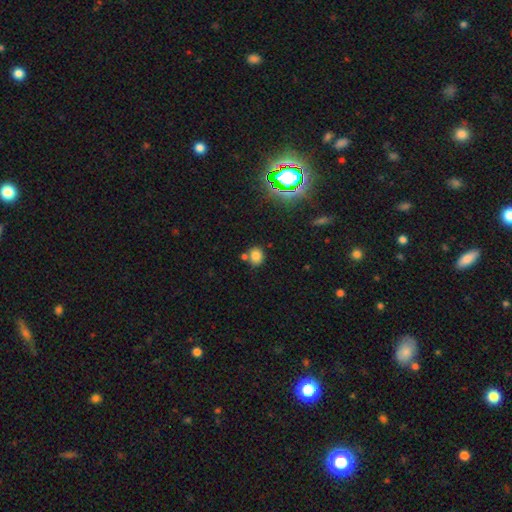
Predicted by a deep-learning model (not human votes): Smooth or featured? smooth (77%)
How rounded? round (69%)
Merging? none (64%)